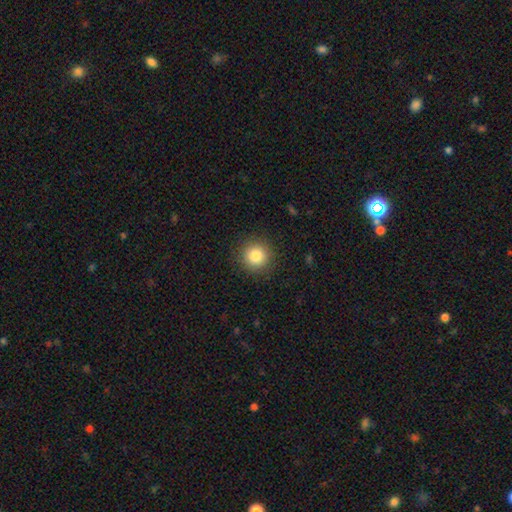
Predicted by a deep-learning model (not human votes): Q: Smooth or featured?
A: smooth (84%); runner-up: star or artifact (10%)
Q: How rounded?
A: round (95%); runner-up: in between (4%)
Q: Merging?
A: none (90%); runner-up: minor disturbance (6%)